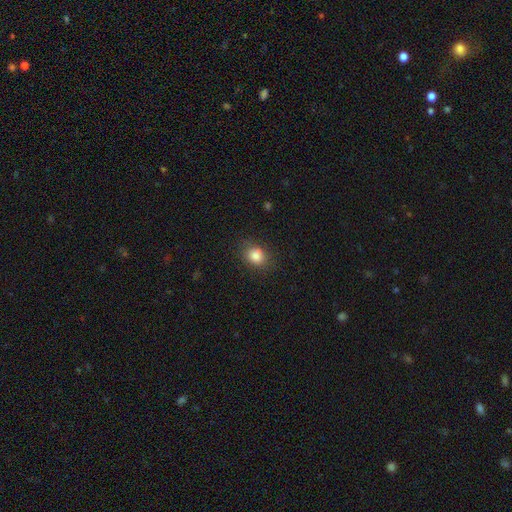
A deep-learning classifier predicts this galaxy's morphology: Overall: smooth (84%). How rounded: round (61%; in between 38%). Merging: none (81%).